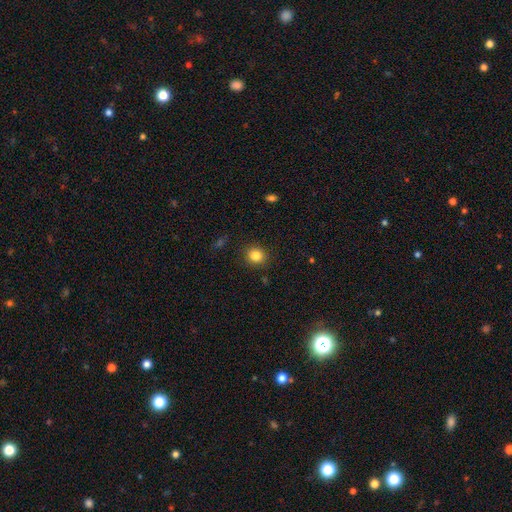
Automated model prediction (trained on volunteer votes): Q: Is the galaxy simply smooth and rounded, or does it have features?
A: smooth — 84%.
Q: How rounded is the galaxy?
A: round — 82%.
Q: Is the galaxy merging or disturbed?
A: none — 89%.